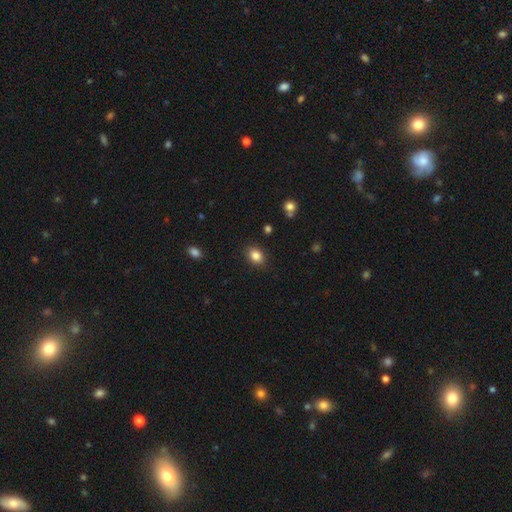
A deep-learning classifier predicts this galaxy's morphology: This appears to be a smooth galaxy with no disk features (84%) that is in between round and cigar-shaped (64%). Merging: none (86%).